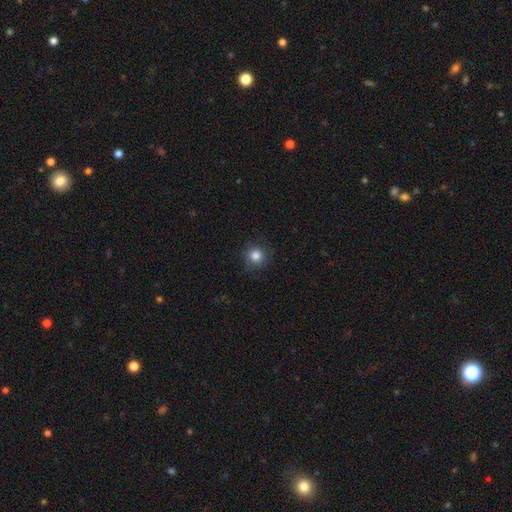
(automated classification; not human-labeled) The model was most divided on "smooth or featured": smooth: 84%, star or artifact: 11%, featured or disk: 6%. More confident: how rounded — round (93%); merging — none (86%).